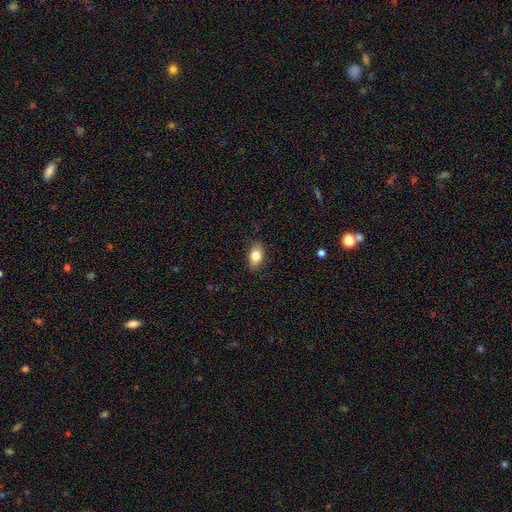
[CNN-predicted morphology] Smooth or featured? smooth (80%)
How rounded? in between (86%)
Merging? none (86%)